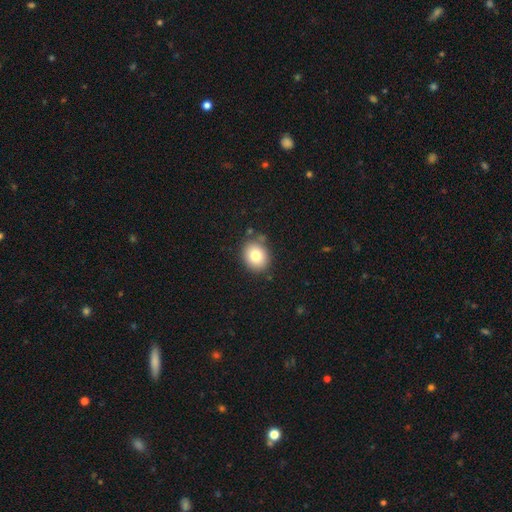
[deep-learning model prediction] A smooth galaxy with no disk features (79%) that is round (61%).

Vote fractions:
- Smooth or featured? smooth: 79% / featured or disk: 11% / star or artifact: 10%
- How rounded? round: 61% / in between: 38% / cigar-shaped: 1%
- Merging? none: 82% / minor disturbance: 12% / merger: 4% / major disturbance: 3%